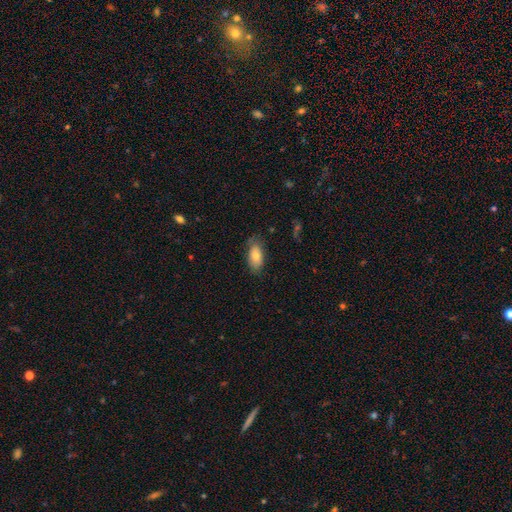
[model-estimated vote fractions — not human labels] This appears to be a smooth galaxy with no disk features (77%) that is in between round and cigar-shaped (91%). Merging: none (72%).